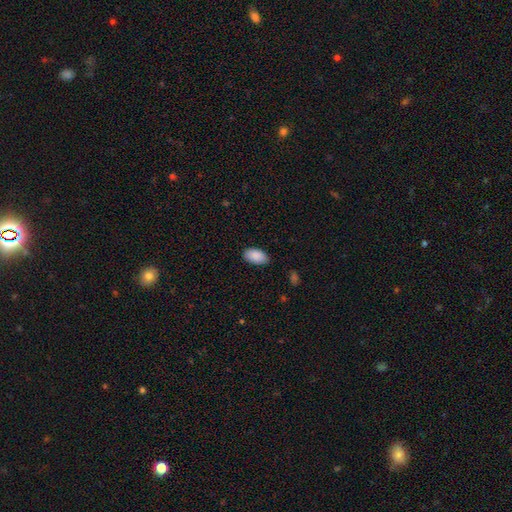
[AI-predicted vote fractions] Smooth or featured? smooth (90%)
How rounded? in between (95%)
Merging? none (86%)